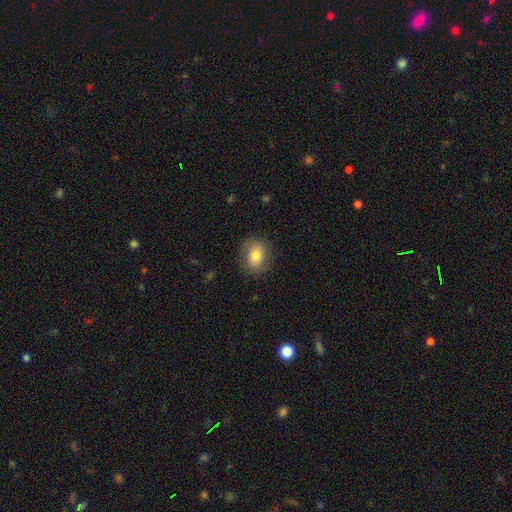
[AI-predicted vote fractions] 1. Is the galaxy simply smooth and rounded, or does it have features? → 73% smooth, 19% featured or disk, 8% star or artifact.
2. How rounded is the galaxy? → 50% in between, 49% round, 1% cigar-shaped.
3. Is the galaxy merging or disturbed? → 82% none, 13% minor disturbance, 4% major disturbance, 1% merger.